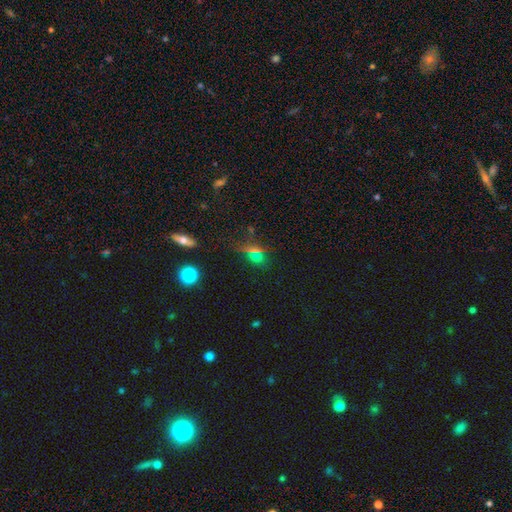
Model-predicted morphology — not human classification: smooth_or_featured: smooth (p=0.49) [alt: star or artifact p=0.40]
merging: none (p=0.73) [alt: minor disturbance p=0.12]